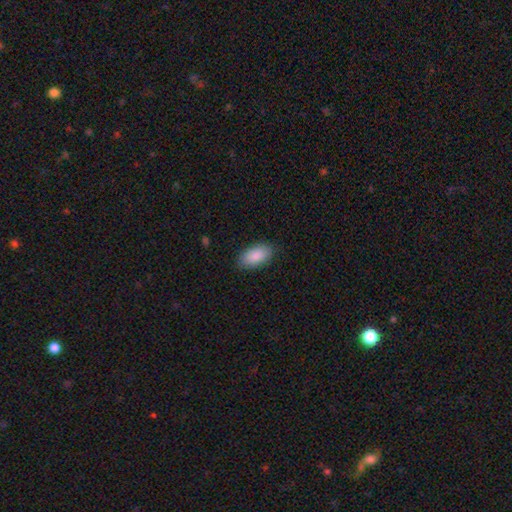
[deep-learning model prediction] Smooth or featured: smooth — 89% (star or artifact — 6%)
How rounded: in between — 94% (cigar-shaped — 3%)
Merging: none — 87% (minor disturbance — 10%)